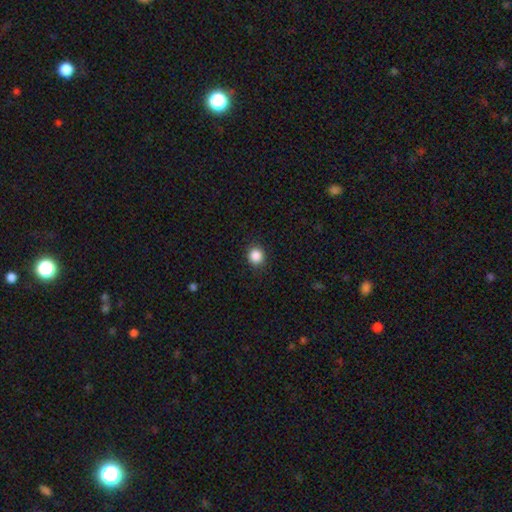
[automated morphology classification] A smooth galaxy with no disk features (87%) that is round (86%).

Vote fractions:
- Smooth or featured? smooth: 87% / star or artifact: 10% / featured or disk: 3%
- How rounded? round: 86% / in between: 13% / cigar-shaped: 1%
- Merging? none: 90% / minor disturbance: 7% / major disturbance: 2% / merger: 1%